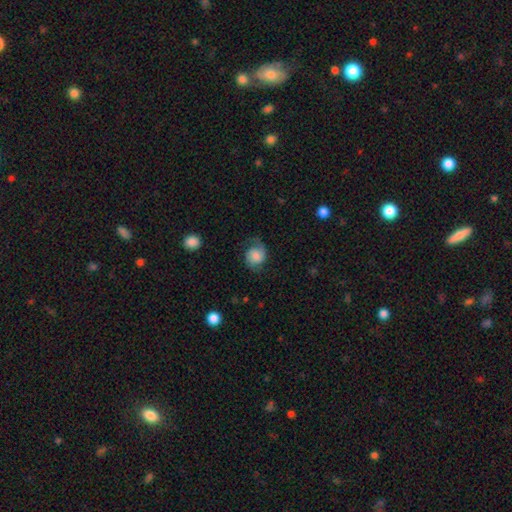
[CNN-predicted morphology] smooth-or-featured: smooth: 49% | featured or disk: 42% | star or artifact: 9%
  merging: none: 62% | minor disturbance: 24% | major disturbance: 13% | merger: 1%